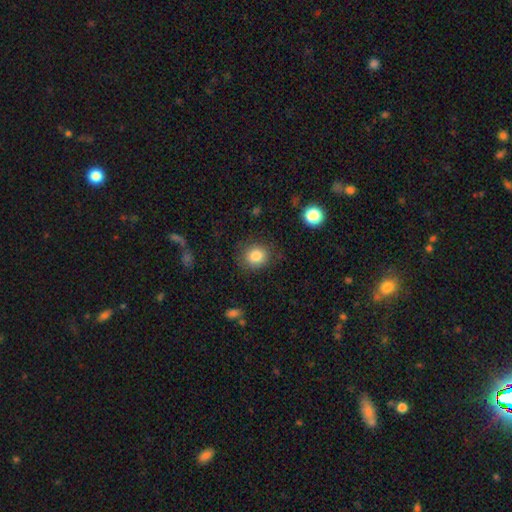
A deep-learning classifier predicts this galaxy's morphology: Overall: smooth (83%). How rounded: round (80%). Merging: none (84%).